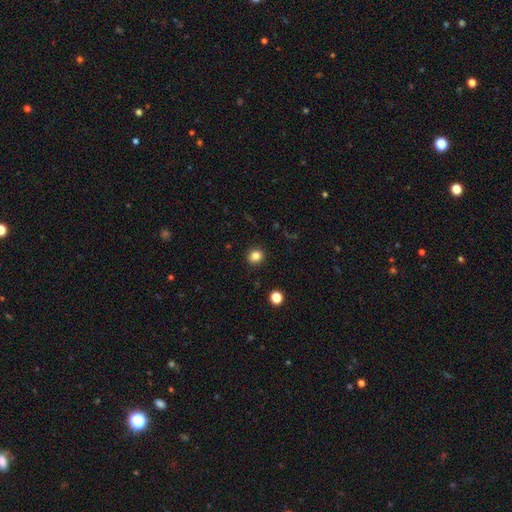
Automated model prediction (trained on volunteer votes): Overall: smooth (83%). How rounded: round (86%). Merging: none (91%).